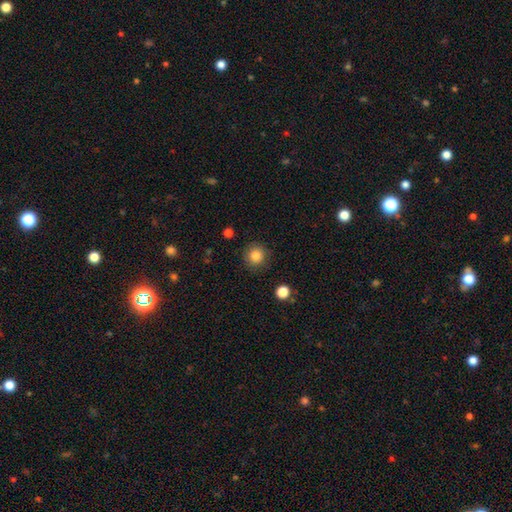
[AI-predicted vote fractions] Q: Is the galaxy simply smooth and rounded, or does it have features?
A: smooth — 85%.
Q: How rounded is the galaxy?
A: round — 93%.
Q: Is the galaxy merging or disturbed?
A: none — 88%.